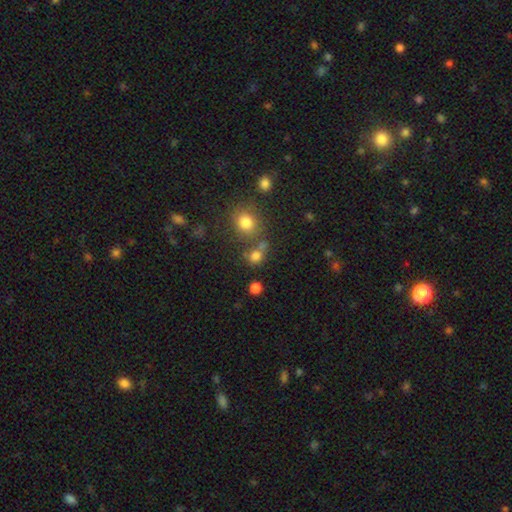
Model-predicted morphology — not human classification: The model was most divided on "merging": none: 58%, merger: 24%, minor disturbance: 11%, major disturbance: 6%. More confident: how rounded — round (78%); smooth or featured — smooth (76%).